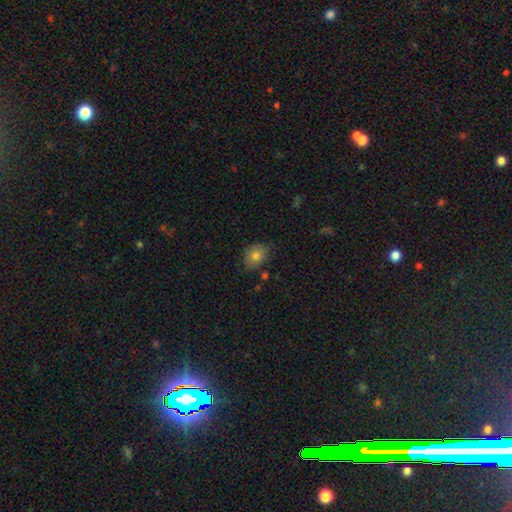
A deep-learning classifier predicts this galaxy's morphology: This appears to be a smooth galaxy with no disk features (79%) that is in between round and cigar-shaped (62%). Merging: none (75%).